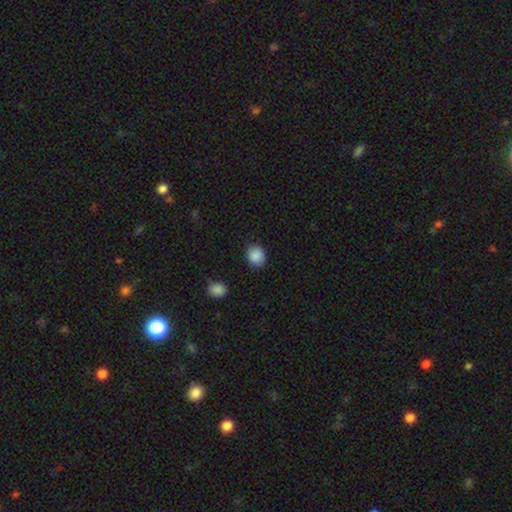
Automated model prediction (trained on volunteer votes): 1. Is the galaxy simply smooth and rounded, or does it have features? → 88% smooth, 8% star or artifact, 3% featured or disk.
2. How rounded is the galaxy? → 69% round, 30% in between, 1% cigar-shaped.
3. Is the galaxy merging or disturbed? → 84% none, 12% minor disturbance, 3% major disturbance, 1% merger.